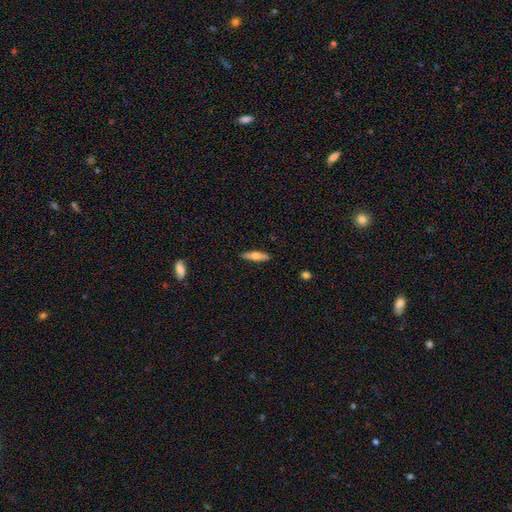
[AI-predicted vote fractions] smooth-or-featured: smooth: 63% | featured or disk: 31% | star or artifact: 6%
  how-rounded: cigar-shaped: 66% | in between: 32% | round: 2%
  merging: none: 89% | minor disturbance: 8% | major disturbance: 2% | merger: 1%